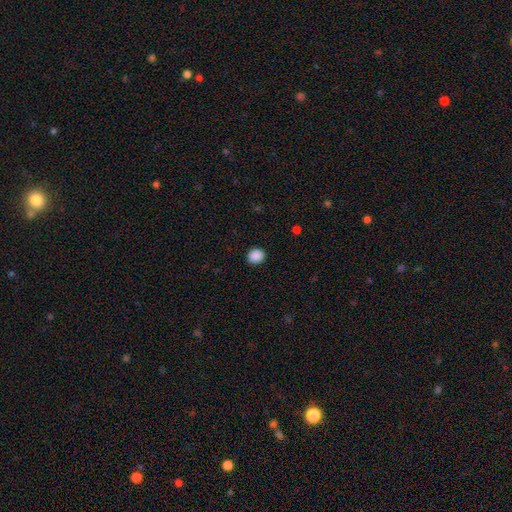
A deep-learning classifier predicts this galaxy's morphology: The model was most divided on "how rounded": round: 81%, in between: 18%, cigar-shaped: 1%. More confident: merging — none (91%); smooth or featured — smooth (89%).